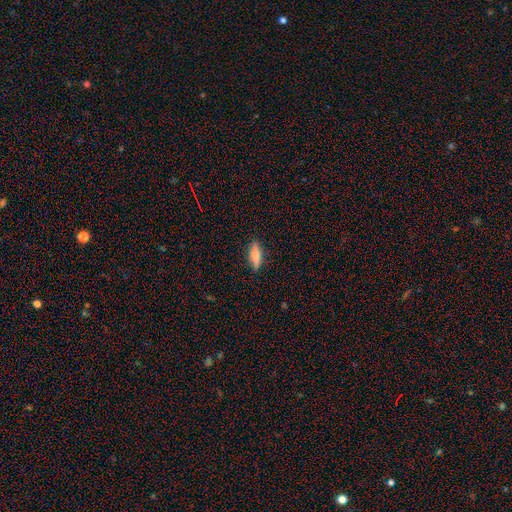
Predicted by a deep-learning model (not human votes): Morphology: type=smooth (68%); roundness=in between (50%); merging=none (86%).